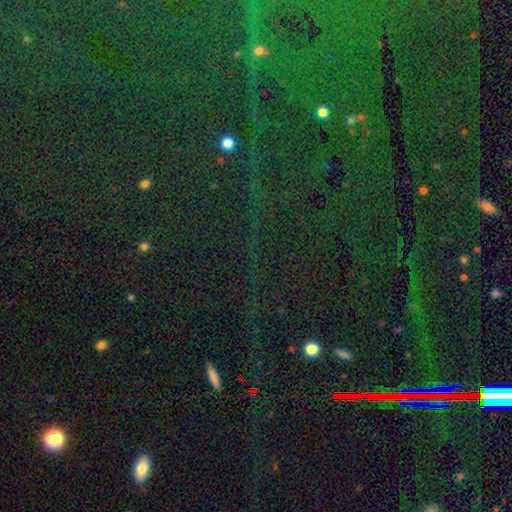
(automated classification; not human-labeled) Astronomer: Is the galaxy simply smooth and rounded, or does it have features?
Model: star or artifact — 83%.